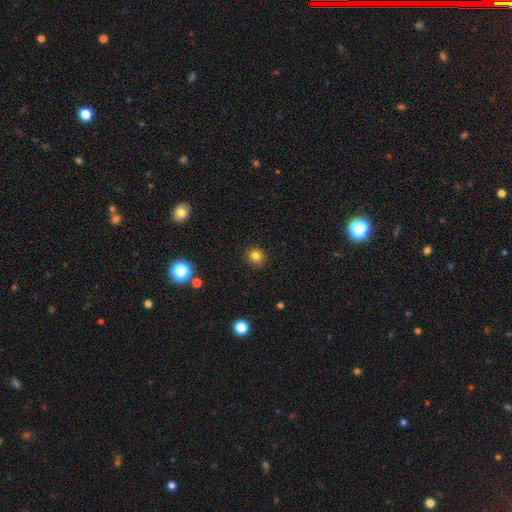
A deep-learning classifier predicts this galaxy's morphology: Overall: smooth (80%). How rounded: round (85%). Merging: none (89%).